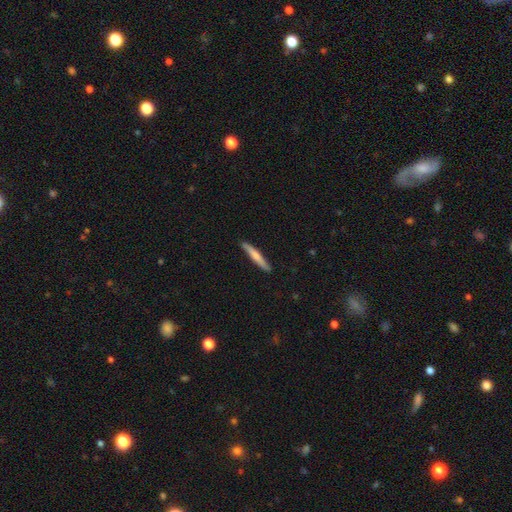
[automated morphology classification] smooth 62%, featured or disk 33%, star or artifact 5%. Down the decision tree: how rounded — cigar-shaped (95%); merging — none (88%).